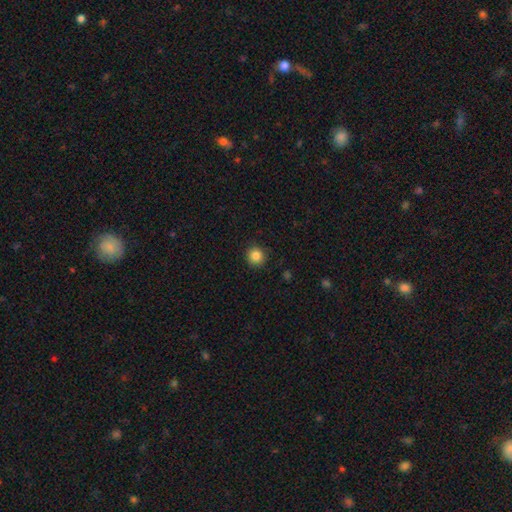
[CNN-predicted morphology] type=smooth (86%); roundness=round (94%); merging=none (91%).